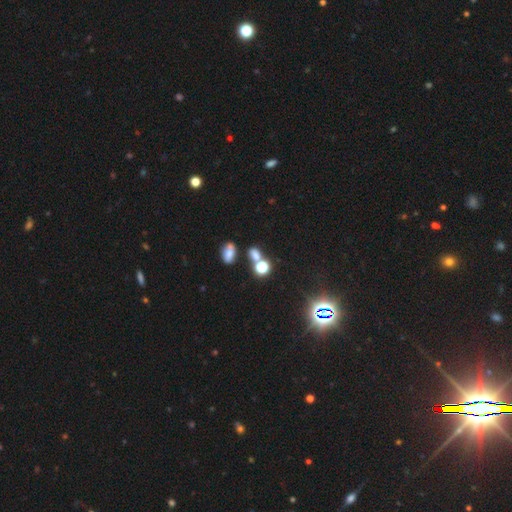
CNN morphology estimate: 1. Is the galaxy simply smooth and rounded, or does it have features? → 60% smooth, 30% star or artifact, 10% featured or disk.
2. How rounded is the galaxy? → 54% round, 43% in between, 3% cigar-shaped.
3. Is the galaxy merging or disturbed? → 53% none, 30% merger, 11% minor disturbance, 6% major disturbance.